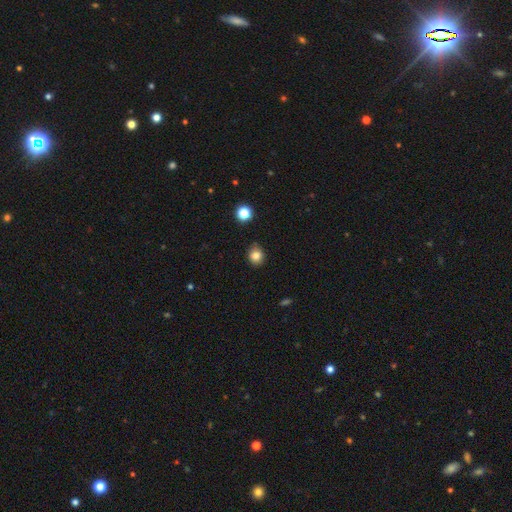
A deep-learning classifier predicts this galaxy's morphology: This is clearly a smooth galaxy (82%). How rounded: likely round (75%). Merging: clearly none (83%).